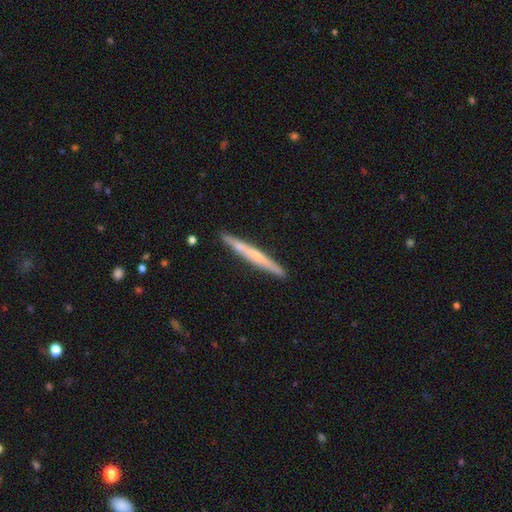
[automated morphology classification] featured or disk 52%, smooth 43%, star or artifact 6%. Down the decision tree: edge-on disk — yes (96%); merging — none (89%).